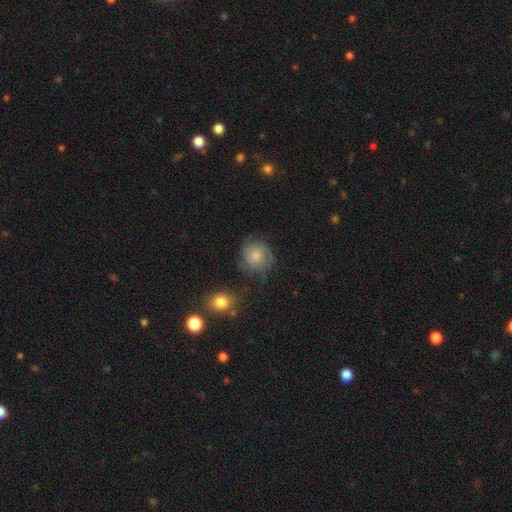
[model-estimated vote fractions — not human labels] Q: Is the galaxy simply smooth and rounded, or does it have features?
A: smooth — 63%.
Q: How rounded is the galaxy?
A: round — 84%.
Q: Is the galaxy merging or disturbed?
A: none — 60%.